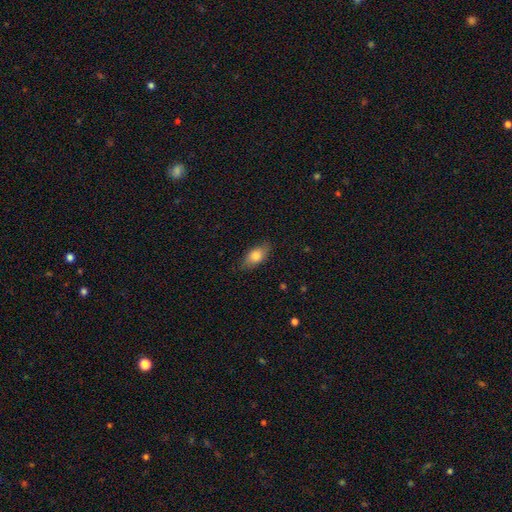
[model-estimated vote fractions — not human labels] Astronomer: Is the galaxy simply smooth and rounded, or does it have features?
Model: smooth — 77%.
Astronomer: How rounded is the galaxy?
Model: in between — 87%.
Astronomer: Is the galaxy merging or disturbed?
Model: none — 80%.